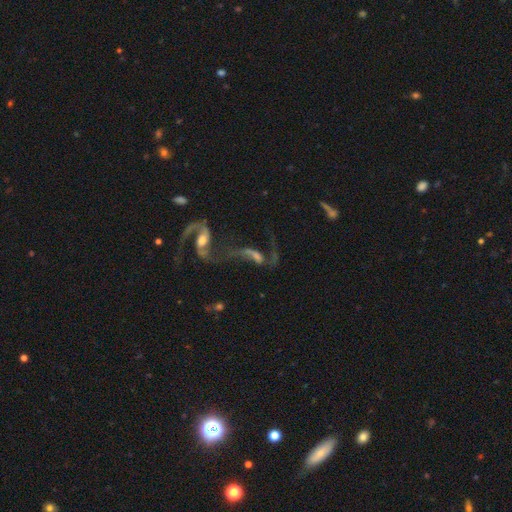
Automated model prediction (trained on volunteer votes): A featured or disk galaxy (68%) with no bar (44%), spiral arms (79%) and a moderate central bulge (33%).

Vote fractions:
- Smooth or featured? featured or disk: 68% / smooth: 17% / star or artifact: 15%
- Edge-on disk? no: 91% / yes: 9%
- Bar? no: 44% / weak: 35% / strong: 20%
- Spiral arms? yes: 79% / no: 21%
- Bulge size? moderate: 33% / none: 28% / small: 27% / large: 9% / dominant: 2%
- Merging? merger: 57% / major disturbance: 19% / none: 17% / minor disturbance: 7%